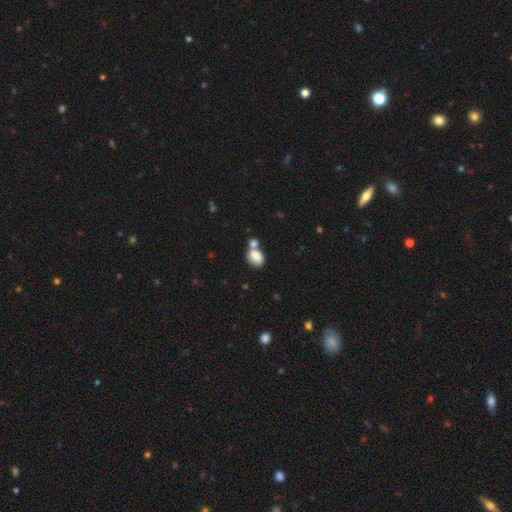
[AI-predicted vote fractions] smooth 82%, featured or disk 10%, star or artifact 8%. Down the decision tree: how rounded — in between (71%); merging — merger (47%).